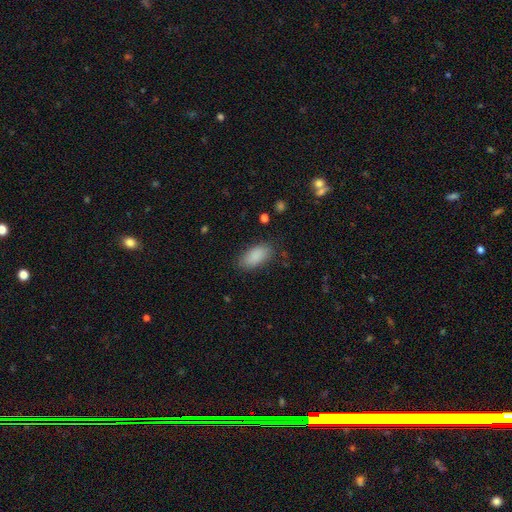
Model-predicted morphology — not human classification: smooth-or-featured: smooth: 89% | star or artifact: 7% | featured or disk: 4%
  how-rounded: in between: 92% | cigar-shaped: 5% | round: 3%
  merging: none: 83% | minor disturbance: 12% | major disturbance: 4% | merger: 1%